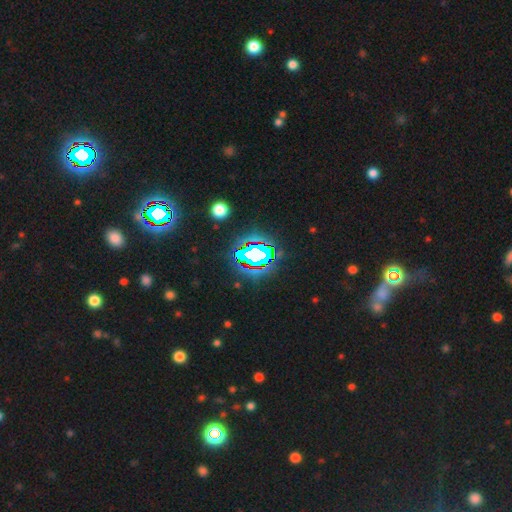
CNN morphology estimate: smooth_or_featured: star or artifact (p=0.77) [alt: smooth p=0.14]